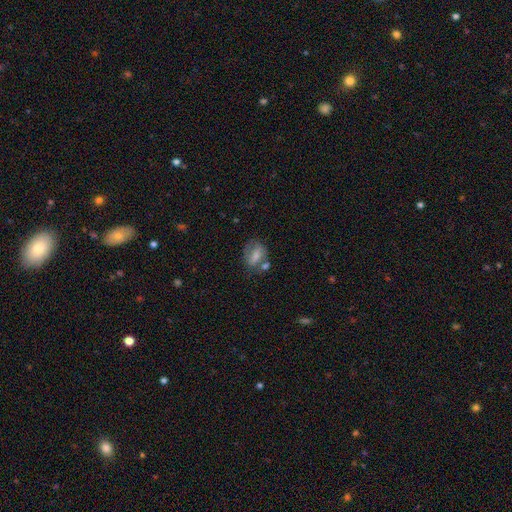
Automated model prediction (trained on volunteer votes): Overall: smooth (59%; featured or disk 32%). How rounded: in between (72%). Merging: none (50%; minor disturbance 20%).